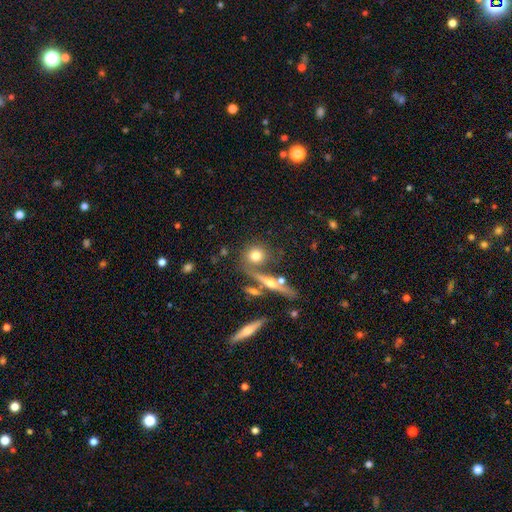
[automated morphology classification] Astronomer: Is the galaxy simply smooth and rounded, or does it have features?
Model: smooth — 69%.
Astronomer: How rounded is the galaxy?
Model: round — 83%.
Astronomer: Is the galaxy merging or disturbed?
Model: none — 67%.